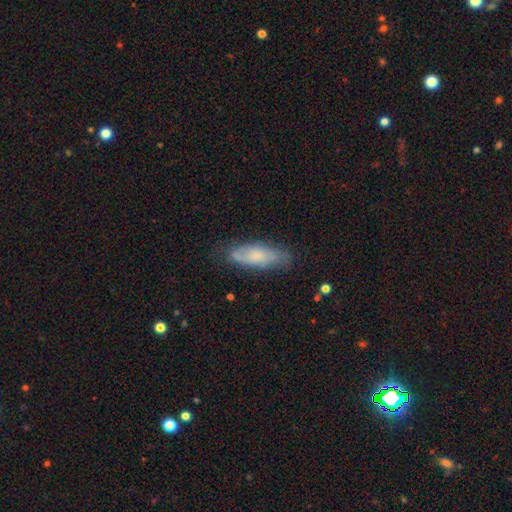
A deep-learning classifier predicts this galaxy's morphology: Smooth or featured?
  - smooth: 57% *
  - featured or disk: 35%
  - star or artifact: 8%
How rounded?
  - in between: 62% *
  - cigar-shaped: 36%
  - round: 2%
Merging?
  - none: 71% *
  - minor disturbance: 22%
  - major disturbance: 6%
  - merger: 2%